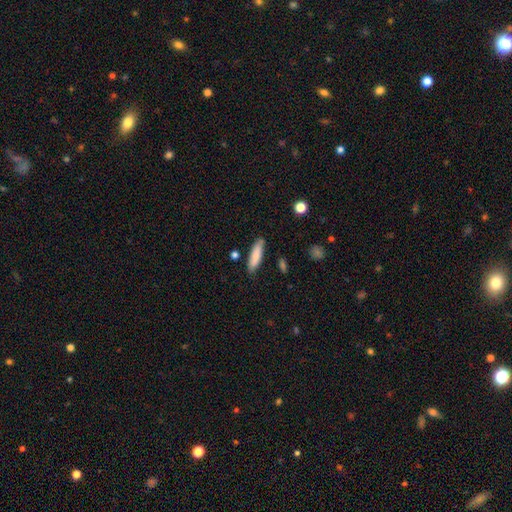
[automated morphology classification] The model was most divided on "how rounded": cigar-shaped: 65%, in between: 34%, round: 2%. More confident: merging — none (83%); smooth or featured — smooth (80%).